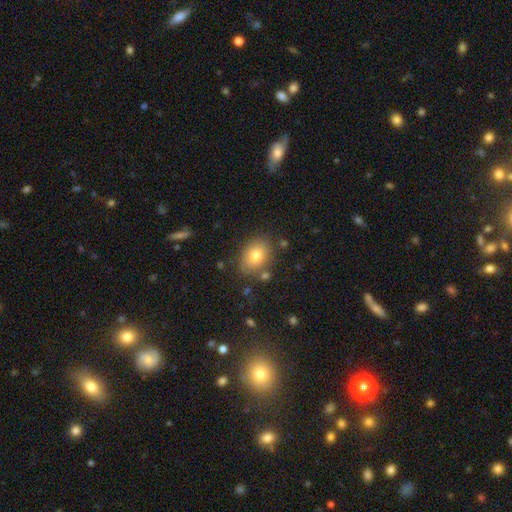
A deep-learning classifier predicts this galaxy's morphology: Smooth or featured: smooth — 79% (featured or disk — 12%)
How rounded: in between — 70% (round — 29%)
Merging: none — 78% (minor disturbance — 14%)